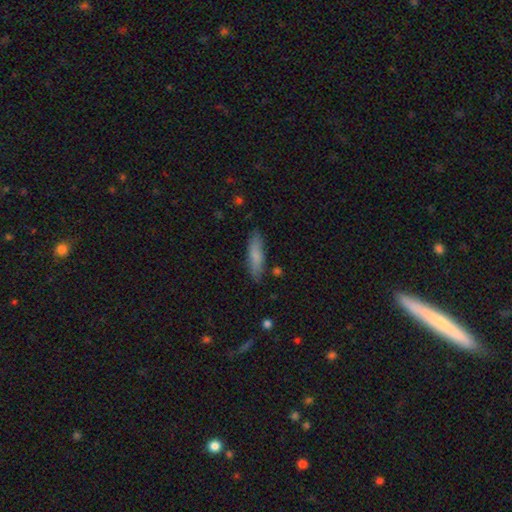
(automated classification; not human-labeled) smooth 76%, featured or disk 18%, star or artifact 6%. Down the decision tree: how rounded — cigar-shaped (71%); merging — none (83%).